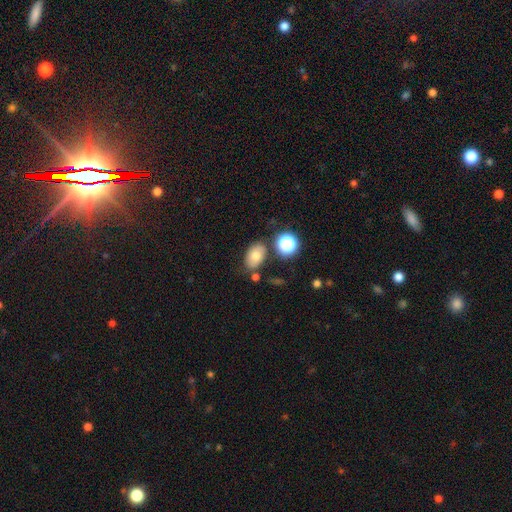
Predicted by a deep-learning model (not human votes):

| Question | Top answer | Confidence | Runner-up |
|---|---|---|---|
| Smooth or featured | smooth | 74% | featured or disk (14%) |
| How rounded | in between | 83% | round (16%) |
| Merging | none | 74% | minor disturbance (14%) |